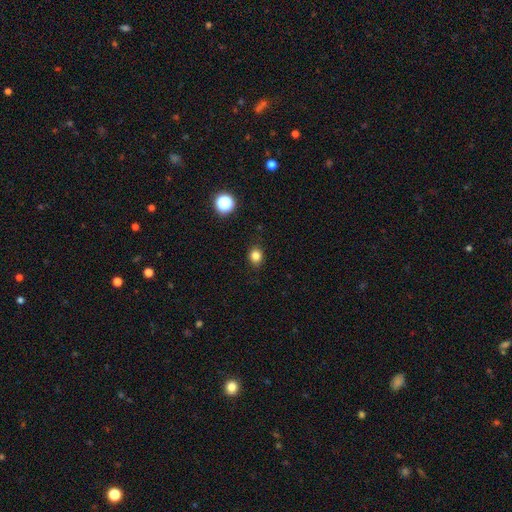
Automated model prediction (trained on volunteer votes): smooth-or-featured: smooth: 82% | star or artifact: 13% | featured or disk: 5%
  how-rounded: round: 64% | in between: 35% | cigar-shaped: 1%
  merging: none: 88% | minor disturbance: 9% | major disturbance: 2% | merger: 1%